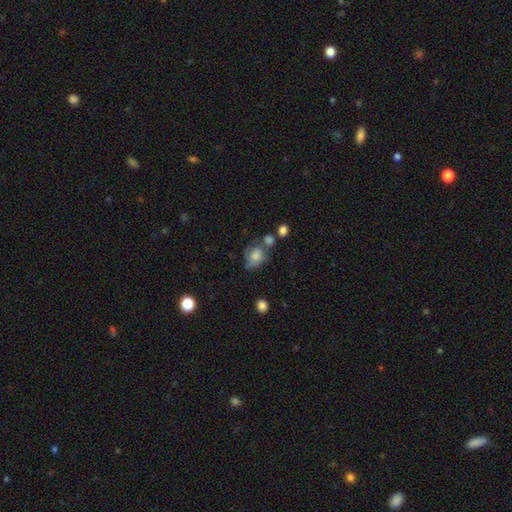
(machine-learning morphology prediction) This is likely a smooth galaxy (62%). How rounded: likely in between (60%). Merging: marginally none (40%).